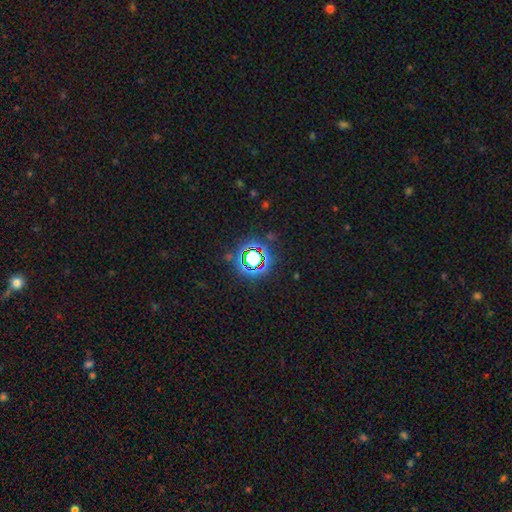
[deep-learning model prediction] smooth_or_featured: star or artifact (p=0.73) [alt: smooth p=0.17]